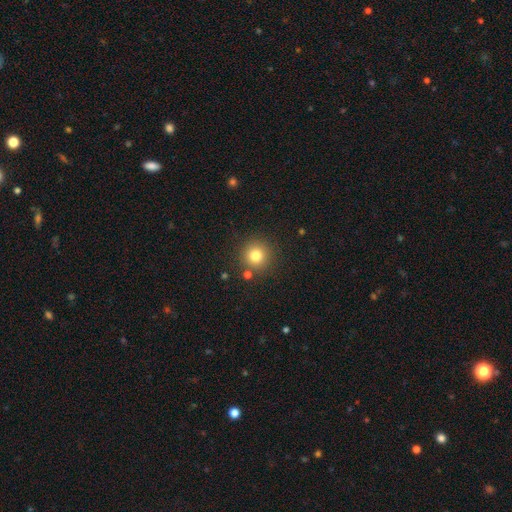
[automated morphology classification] Smooth or featured? smooth (79%)
How rounded? round (95%)
Merging? none (85%)